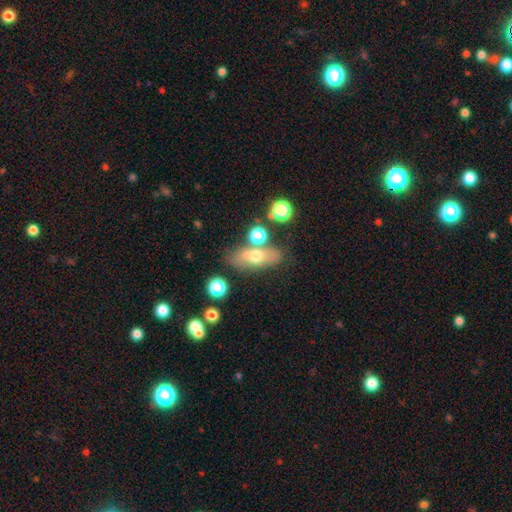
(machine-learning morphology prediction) Smooth or featured? smooth (55%)
How rounded? in between (66%)
Merging? none (63%)